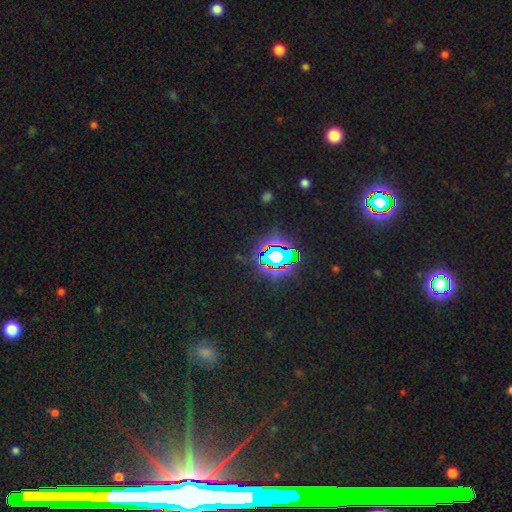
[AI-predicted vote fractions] Morphology: type=star or artifact (82%).